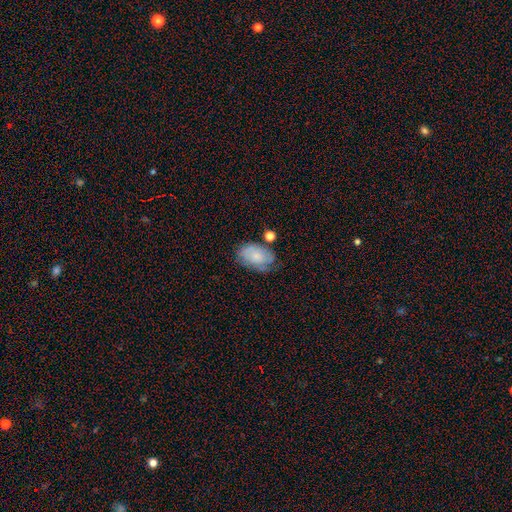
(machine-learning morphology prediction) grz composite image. It shows a smooth galaxy with no disk features (62%) that is in between round and cigar-shaped (89%). Merging: none (53%).